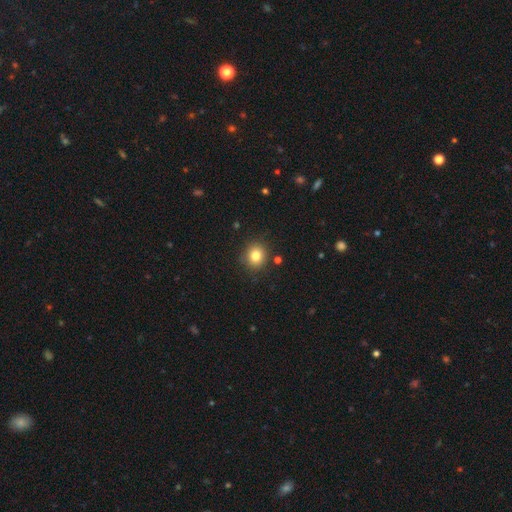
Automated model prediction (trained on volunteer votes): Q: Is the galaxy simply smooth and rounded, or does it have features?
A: smooth — 82%.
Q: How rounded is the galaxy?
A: round — 84%.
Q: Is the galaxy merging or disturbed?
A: none — 87%.